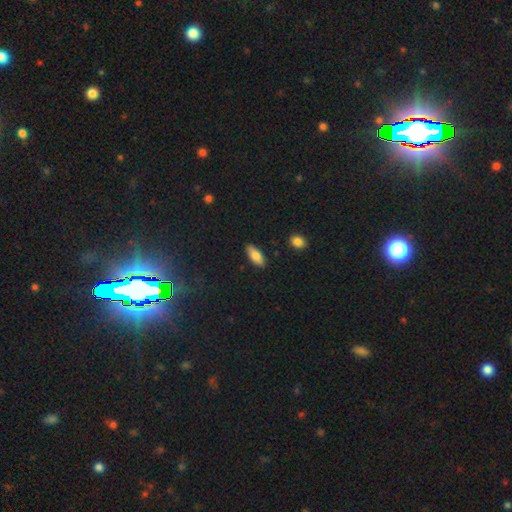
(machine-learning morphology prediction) Smooth or featured? Predicted: smooth (p=0.82). How rounded? Predicted: in between (p=0.80). Merging? Predicted: none (p=0.87).